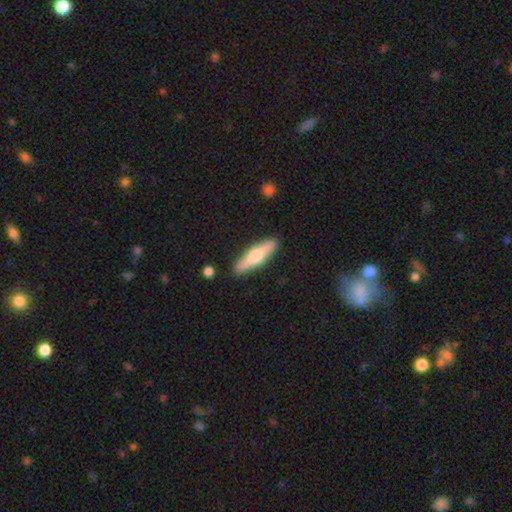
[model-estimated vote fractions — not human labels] Morphology: type=smooth (52%); roundness=cigar-shaped (74%); merging=none (88%).